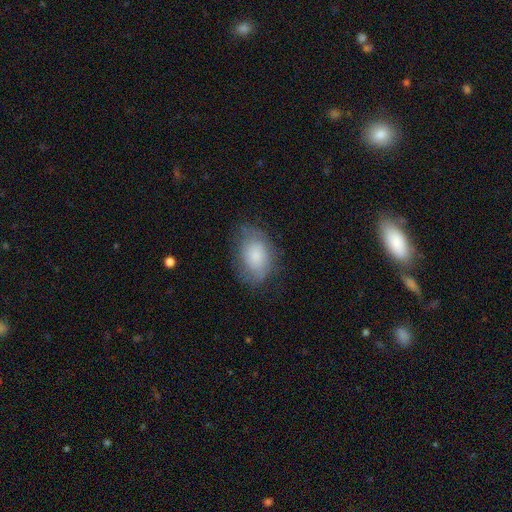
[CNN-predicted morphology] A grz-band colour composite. It shows a smooth galaxy with no disk features (70%) that is in between round and cigar-shaped (83%). Merging: none (66%).